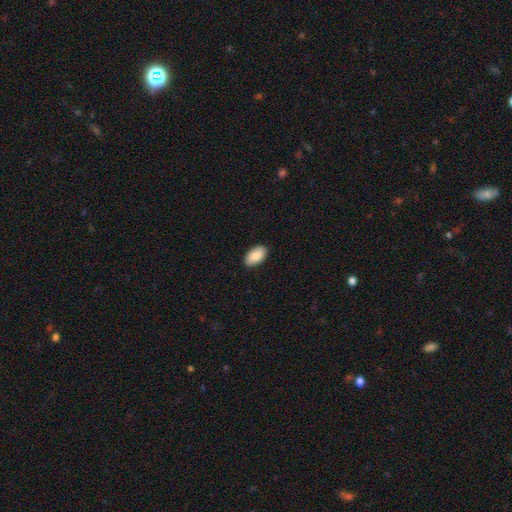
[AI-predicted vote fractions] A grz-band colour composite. It shows a smooth galaxy with no disk features (87%) that is in between round and cigar-shaped (95%). Merging: none (89%).